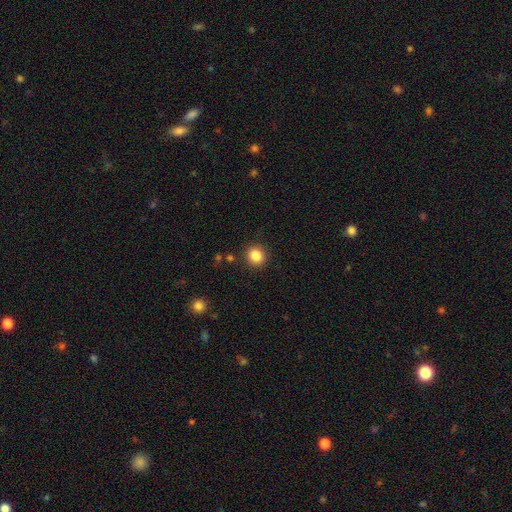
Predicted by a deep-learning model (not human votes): Morphology: type=smooth (85%); roundness=round (91%); merging=none (90%).